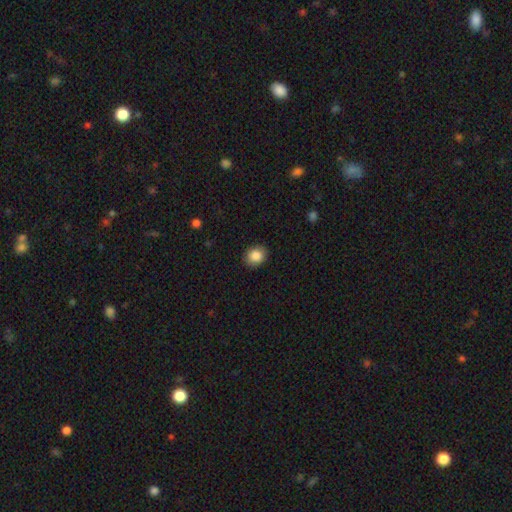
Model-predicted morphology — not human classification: Smooth or featured? Predicted: smooth (p=0.87). How rounded? Predicted: round (p=0.58). Merging? Predicted: none (p=0.89).